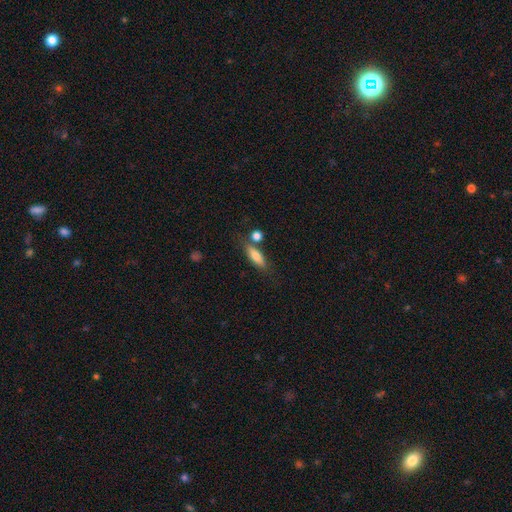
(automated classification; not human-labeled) smooth-or-featured: smooth: 72% | featured or disk: 20% | star or artifact: 7%
  how-rounded: in between: 49% | cigar-shaped: 47% | round: 4%
  merging: none: 68% | merger: 14% | minor disturbance: 14% | major disturbance: 4%